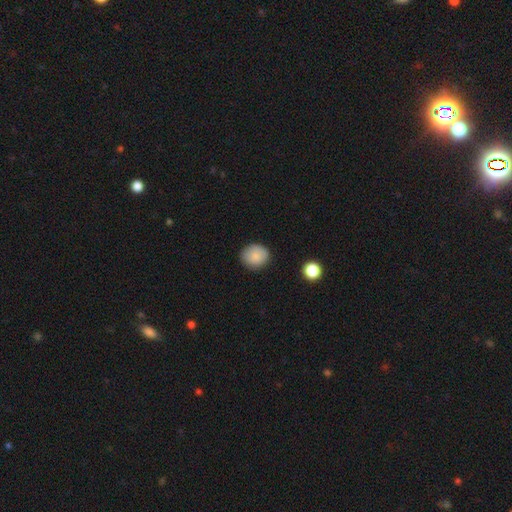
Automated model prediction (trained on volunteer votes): A smooth galaxy with no disk features (85%) that is round (72%).

Vote fractions:
- Smooth or featured? smooth: 85% / star or artifact: 8% / featured or disk: 7%
- How rounded? round: 72% / in between: 27% / cigar-shaped: 1%
- Merging? none: 84% / minor disturbance: 12% / major disturbance: 3% / merger: 1%